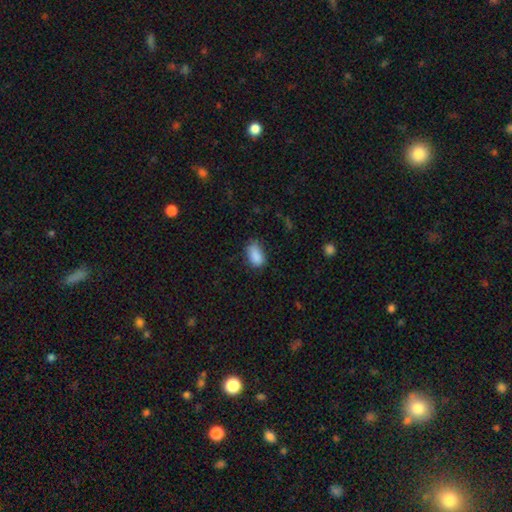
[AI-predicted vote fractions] Overall: smooth (87%). How rounded: in between (90%). Merging: none (65%; minor disturbance 27%).